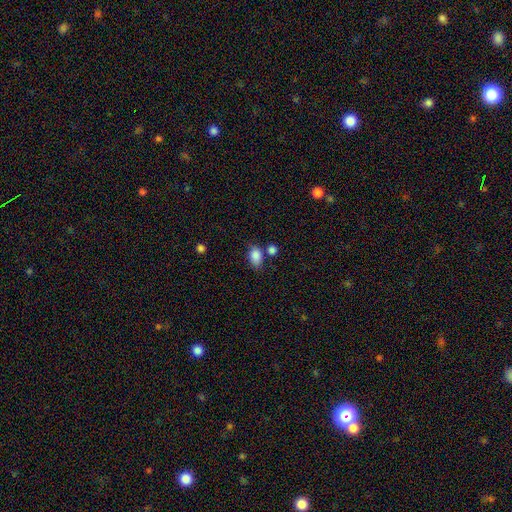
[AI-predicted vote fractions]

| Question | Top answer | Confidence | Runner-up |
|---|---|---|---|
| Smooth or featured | smooth | 86% | star or artifact (9%) |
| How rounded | in between | 79% | round (19%) |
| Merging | none | 61% | minor disturbance (18%) |